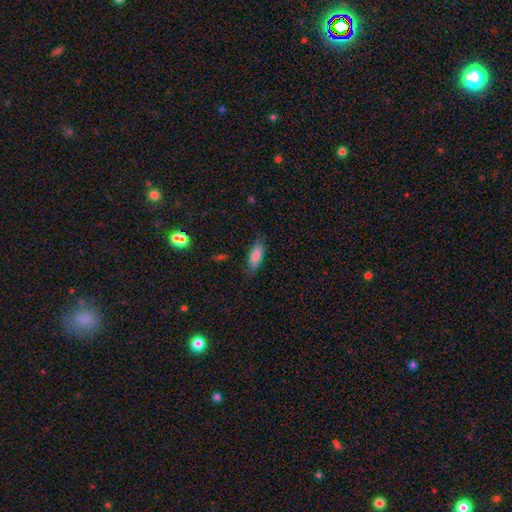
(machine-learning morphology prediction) smooth 80%, featured or disk 13%, star or artifact 7%. Down the decision tree: how rounded — in between (75%); merging — none (80%).